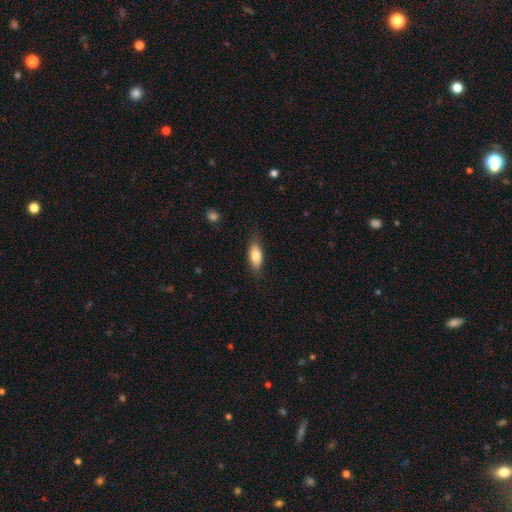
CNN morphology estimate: Q: Smooth or featured?
A: smooth (78%); runner-up: featured or disk (16%)
Q: How rounded?
A: in between (75%); runner-up: cigar-shaped (22%)
Q: Merging?
A: none (79%); runner-up: minor disturbance (16%)